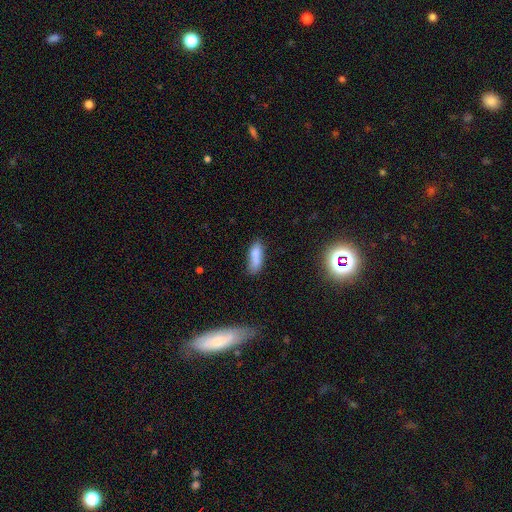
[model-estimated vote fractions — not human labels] The model was most divided on "how rounded": in between: 63%, cigar-shaped: 35%, round: 2%. More confident: smooth or featured — smooth (79%); merging — none (57%).